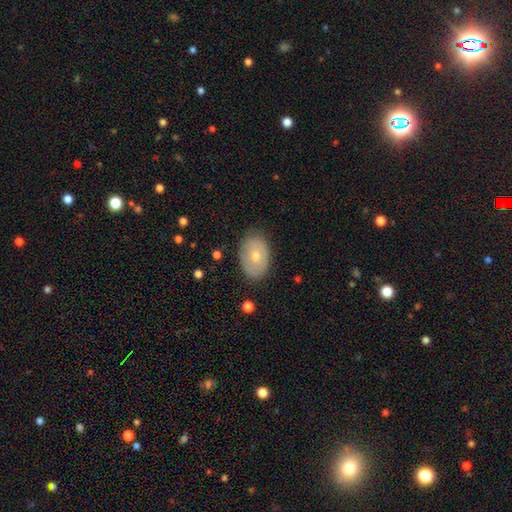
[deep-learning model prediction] Smooth or featured: smooth — 60% (featured or disk — 32%)
How rounded: in between — 80% (round — 19%)
Merging: none — 79% (minor disturbance — 16%)